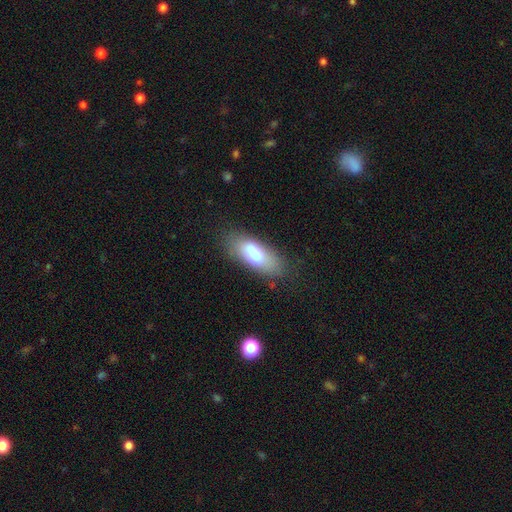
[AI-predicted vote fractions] Smooth or featured: smooth — 72% (featured or disk — 20%)
How rounded: in between — 76% (cigar-shaped — 22%)
Merging: none — 72% (minor disturbance — 18%)